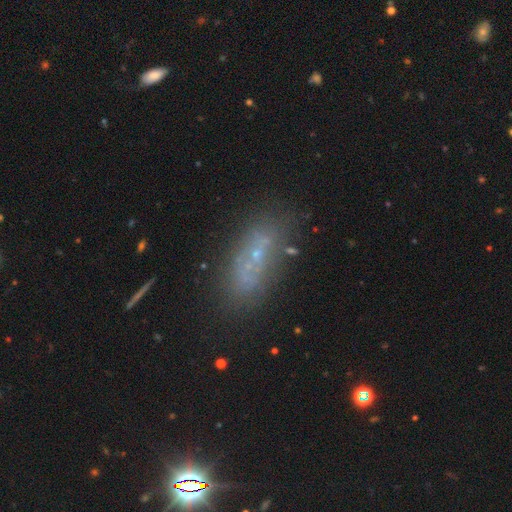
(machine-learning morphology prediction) Overall: smooth (41%; featured or disk 37%). Merging: none (62%).